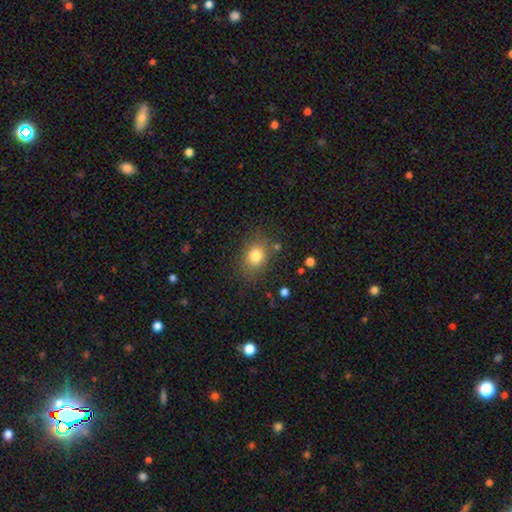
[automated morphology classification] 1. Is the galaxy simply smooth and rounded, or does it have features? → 80% smooth, 12% star or artifact, 8% featured or disk.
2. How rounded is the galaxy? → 55% round, 44% in between, 1% cigar-shaped.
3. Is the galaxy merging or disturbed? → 79% none, 13% minor disturbance, 5% major disturbance, 3% merger.